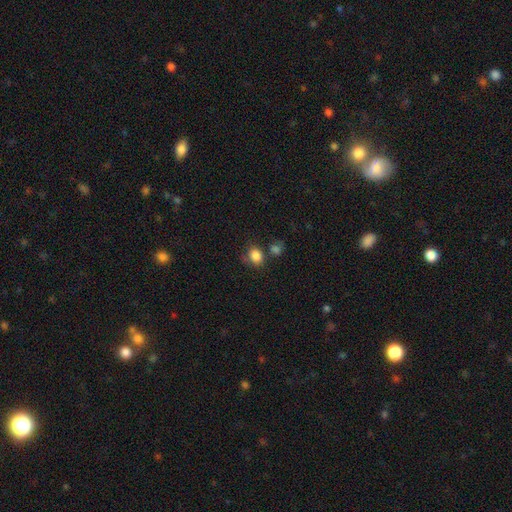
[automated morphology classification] Smooth or featured: smooth — 84% (star or artifact — 10%)
How rounded: round — 56% (in between — 43%)
Merging: none — 60% (minor disturbance — 18%)